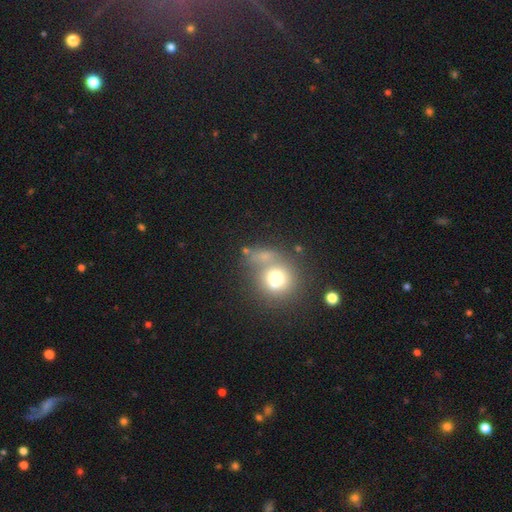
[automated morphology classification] Smooth or featured: smooth — 64% (star or artifact — 18%)
How rounded: round — 78% (in between — 20%)
Merging: none — 44% (merger — 29%)